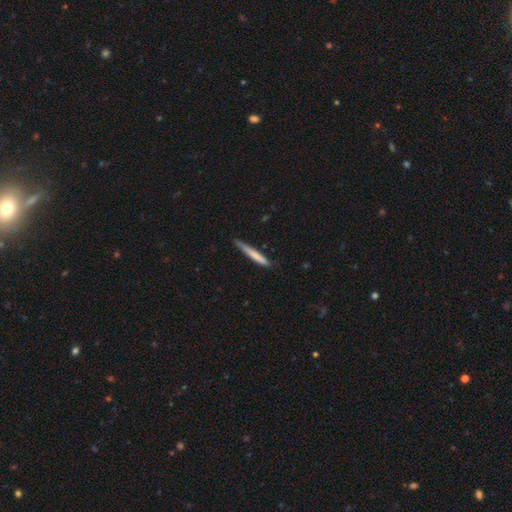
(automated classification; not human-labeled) Smooth or featured? Predicted: smooth (p=0.71). How rounded? Predicted: cigar-shaped (p=0.96). Merging? Predicted: none (p=0.75).